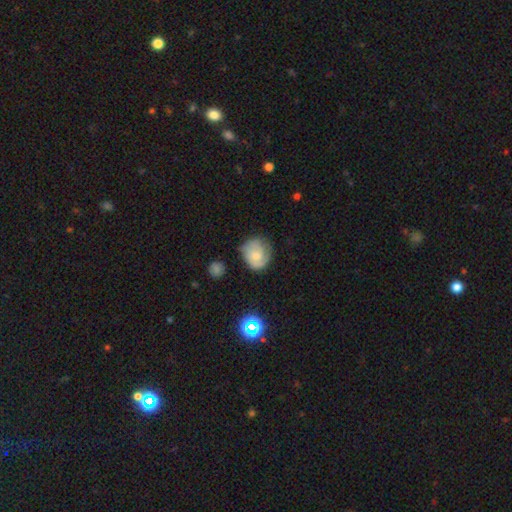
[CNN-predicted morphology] type=smooth (46%); merging=none (61%).